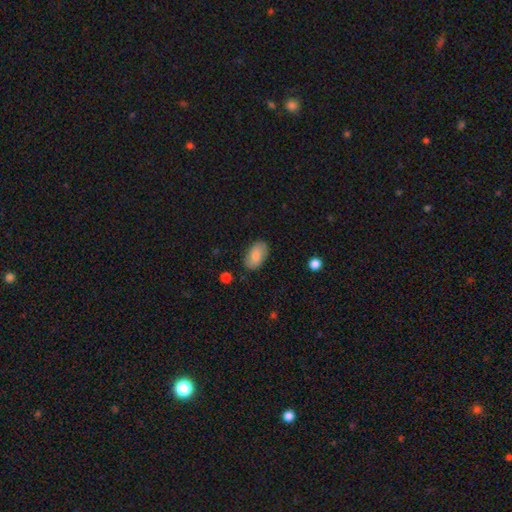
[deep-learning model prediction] A smooth galaxy with no disk features (82%) that is in between round and cigar-shaped (94%). Merging: none (83%).